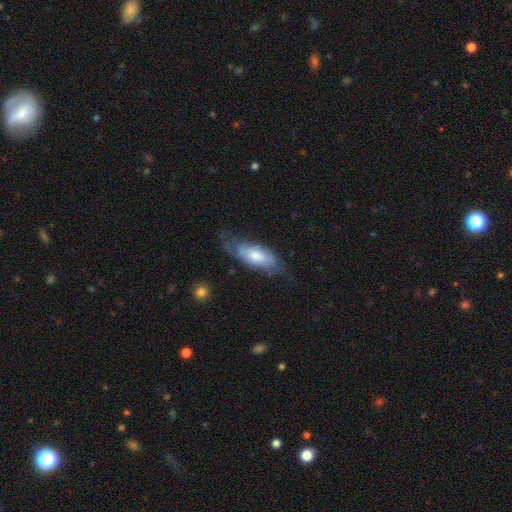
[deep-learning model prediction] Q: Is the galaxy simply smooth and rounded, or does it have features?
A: smooth — 59%.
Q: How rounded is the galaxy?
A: in between — 77%.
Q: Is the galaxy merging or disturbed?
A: none — 52%.